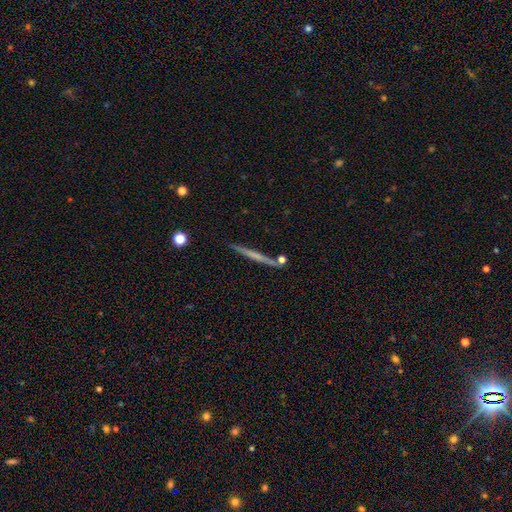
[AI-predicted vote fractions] Smooth or featured?
  - featured or disk: 52% *
  - smooth: 42%
  - star or artifact: 6%
Edge-on disk?
  - yes: 97% *
  - no: 3%
Merging?
  - none: 85% *
  - minor disturbance: 8%
  - merger: 5%
  - major disturbance: 2%